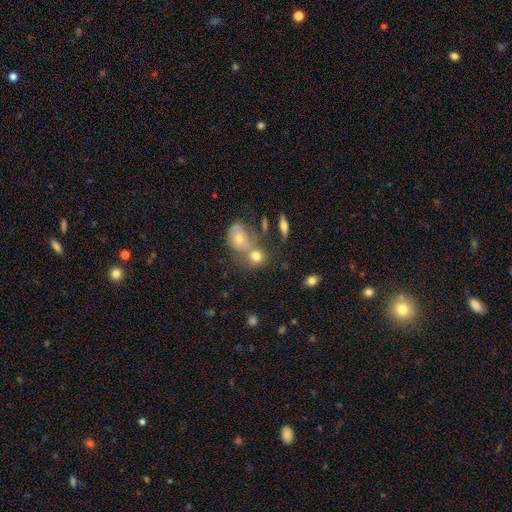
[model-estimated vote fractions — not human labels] Smooth or featured? smooth (68%)
How rounded? round (66%)
Merging? merger (46%)